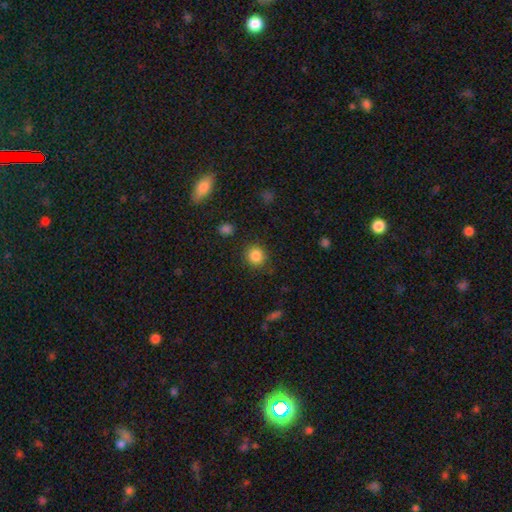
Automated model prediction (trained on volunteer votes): Smooth or featured? smooth (86%)
How rounded? round (85%)
Merging? none (85%)